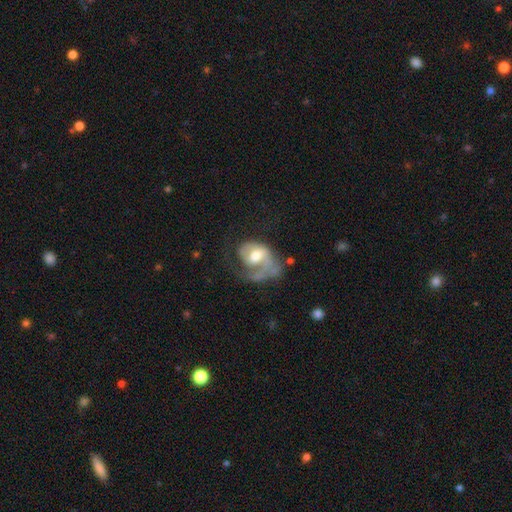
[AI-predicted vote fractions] Morphology: type=featured or disk (69%); edge-on=no (97%); bar=no (52%); spiral arms=yes (79%); winding=medium (37%); arm count=1 (69%); bulge=moderate (66%); merging=major disturbance (50%).